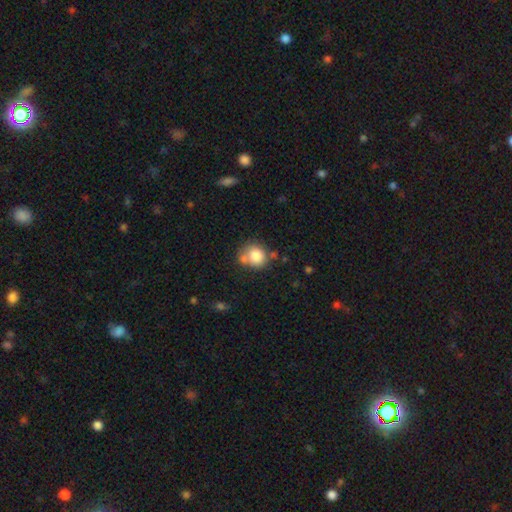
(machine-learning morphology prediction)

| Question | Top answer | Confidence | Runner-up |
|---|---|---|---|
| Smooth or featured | smooth | 80% | featured or disk (11%) |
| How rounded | round | 81% | in between (19%) |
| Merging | none | 55% | merger (23%) |